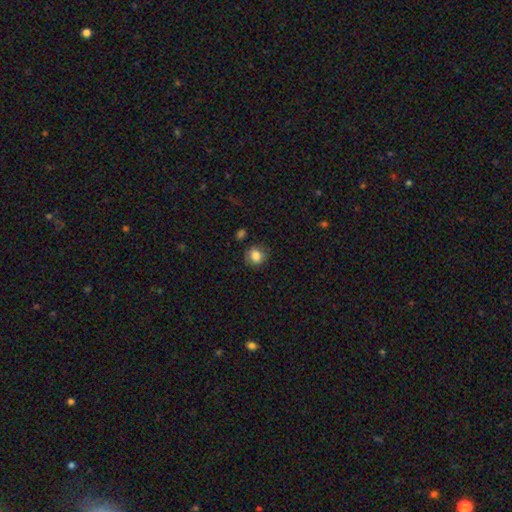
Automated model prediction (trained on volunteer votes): Smooth or featured?
  - smooth: 84% *
  - star or artifact: 9%
  - featured or disk: 7%
How rounded?
  - round: 75% *
  - in between: 24%
  - cigar-shaped: 1%
Merging?
  - none: 78% *
  - minor disturbance: 16%
  - major disturbance: 4%
  - merger: 2%